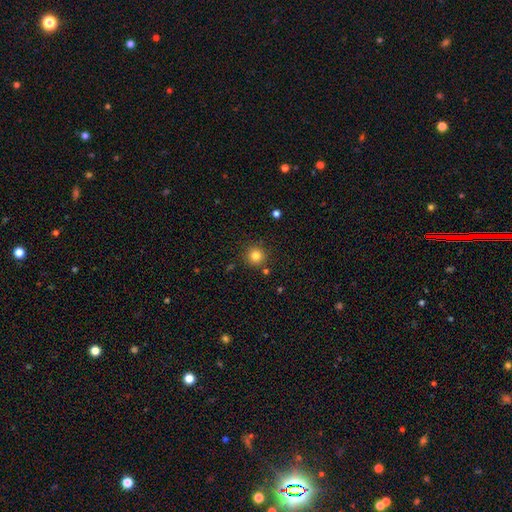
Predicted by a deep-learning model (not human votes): A smooth galaxy with no disk features (82%) that is round (94%). Merging: none (86%).